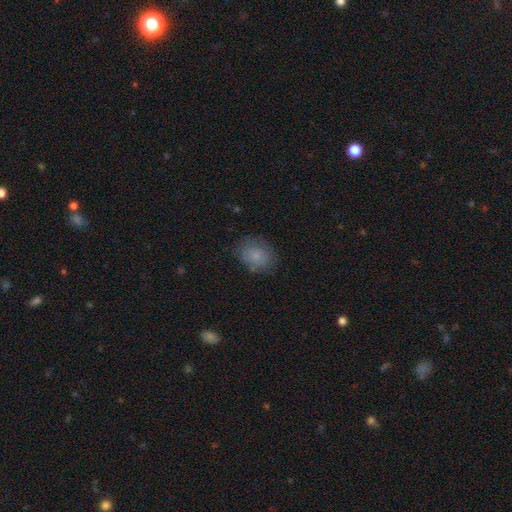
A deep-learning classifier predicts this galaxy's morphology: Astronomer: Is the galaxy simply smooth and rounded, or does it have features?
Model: smooth — 81%.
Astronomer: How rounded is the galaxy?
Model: in between — 55% (runner-up: round, 44%).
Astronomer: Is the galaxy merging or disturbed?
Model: none — 72%.